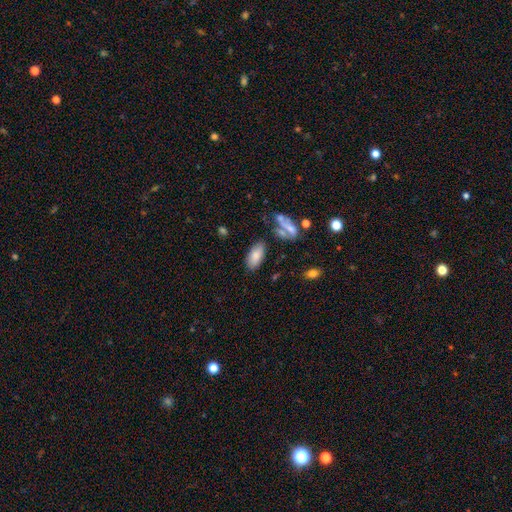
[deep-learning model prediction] Q: Smooth or featured?
A: smooth (81%); runner-up: featured or disk (11%)
Q: How rounded?
A: in between (89%); runner-up: cigar-shaped (8%)
Q: Merging?
A: none (76%); runner-up: minor disturbance (13%)